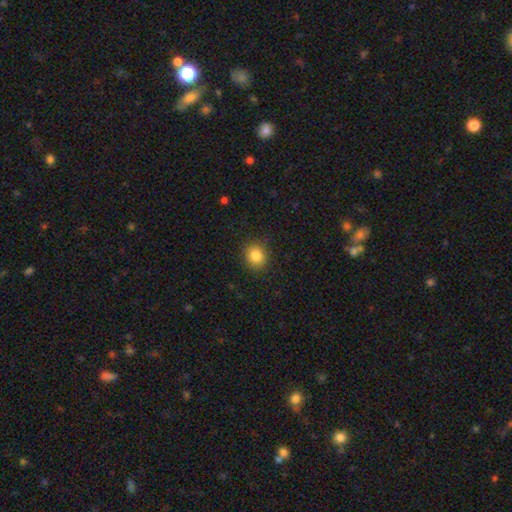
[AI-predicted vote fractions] Smooth or featured: smooth — 84% (star or artifact — 11%)
How rounded: round — 81% (in between — 19%)
Merging: none — 88% (minor disturbance — 8%)